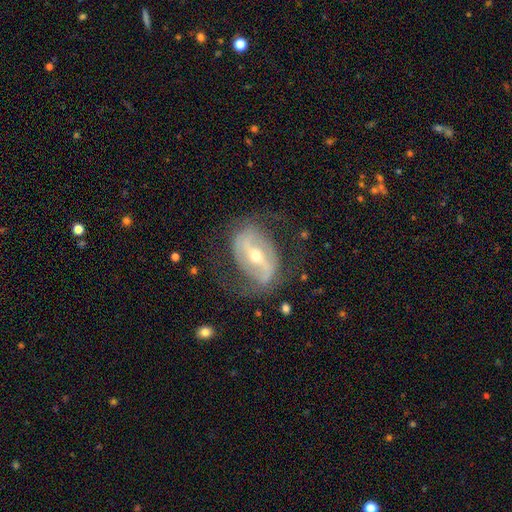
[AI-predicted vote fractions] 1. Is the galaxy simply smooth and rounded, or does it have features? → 84% featured or disk, 10% smooth, 6% star or artifact.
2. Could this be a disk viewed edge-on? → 94% no, 6% yes.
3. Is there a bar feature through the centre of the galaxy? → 57% strong, 29% weak, 14% no.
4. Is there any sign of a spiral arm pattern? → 83% yes, 17% no.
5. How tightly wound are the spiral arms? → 43% medium, 35% loose, 23% tight.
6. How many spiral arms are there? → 81% 2, 10% can't tell, 4% 1, 2% 3, 1% 4, 1% more than 4.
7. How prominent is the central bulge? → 49% small, 48% moderate, 2% large, 1% dominant, 1% none.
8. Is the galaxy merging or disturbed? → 64% none, 19% minor disturbance, 16% major disturbance, 1% merger.